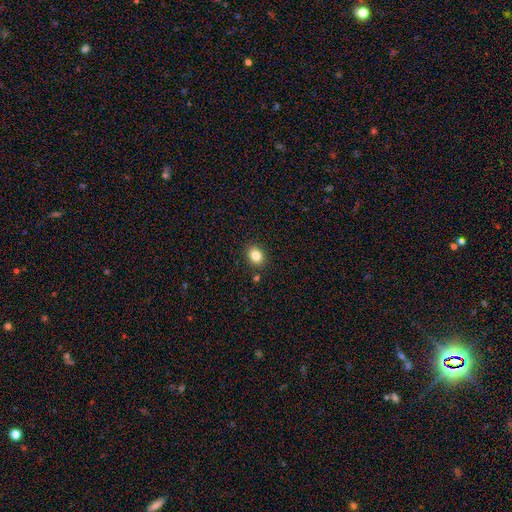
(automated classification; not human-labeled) Smooth or featured: smooth — 83% (star or artifact — 11%)
How rounded: in between — 54% (round — 45%)
Merging: none — 88% (minor disturbance — 8%)